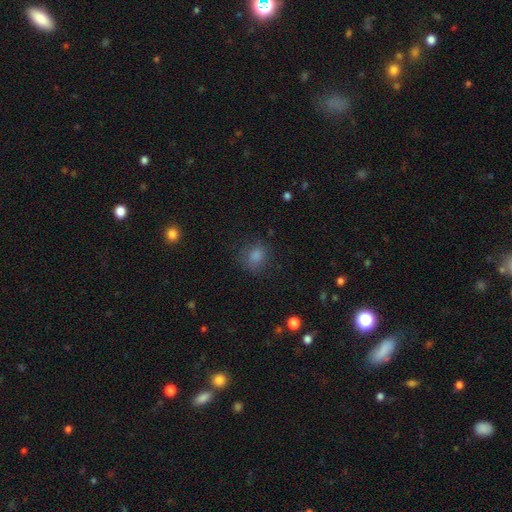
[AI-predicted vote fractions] Smooth or featured: smooth — 75% (star or artifact — 18%)
How rounded: round — 79% (in between — 20%)
Merging: none — 79% (minor disturbance — 14%)